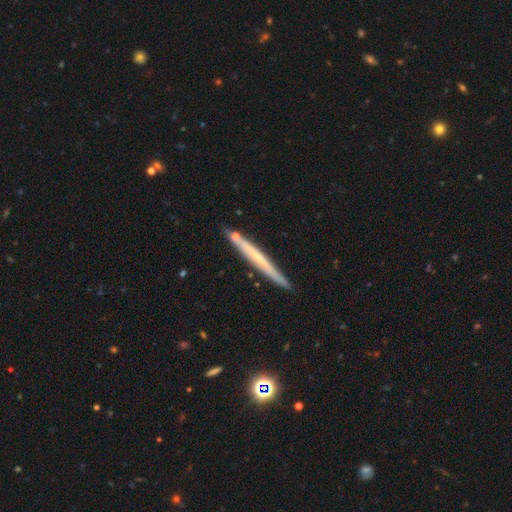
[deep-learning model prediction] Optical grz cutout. It shows a featured or disk galaxy (47%, tied with smooth). Merging: none (83%).